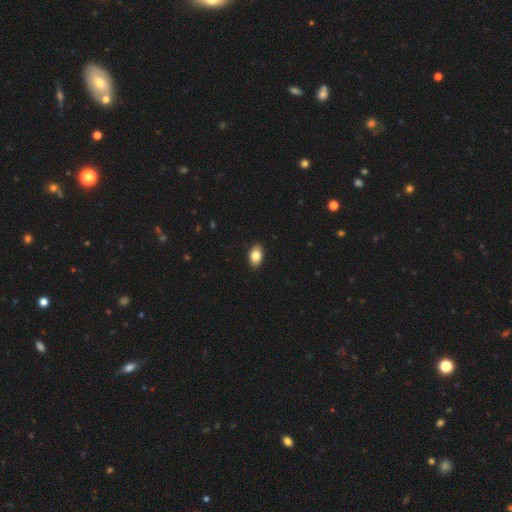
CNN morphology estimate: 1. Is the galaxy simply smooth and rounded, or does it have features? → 83% smooth, 9% featured or disk, 8% star or artifact.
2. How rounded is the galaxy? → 90% in between, 8% round, 2% cigar-shaped.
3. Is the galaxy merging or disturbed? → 90% none, 7% minor disturbance, 2% major disturbance, 1% merger.